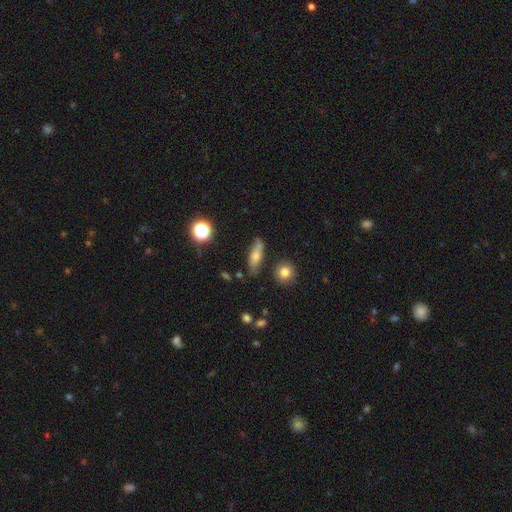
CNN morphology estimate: A smooth galaxy with no disk features (62%) that is cigar-shaped (49%).

Vote fractions:
- Smooth or featured? smooth: 62% / featured or disk: 27% / star or artifact: 11%
- How rounded? cigar-shaped: 49% / in between: 45% / round: 6%
- Merging? none: 72% / minor disturbance: 19% / major disturbance: 5% / merger: 4%